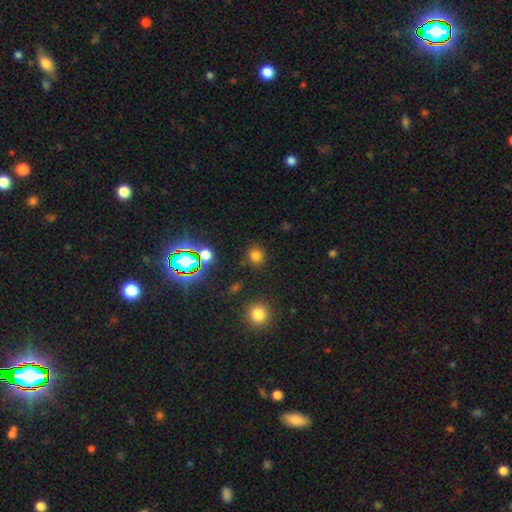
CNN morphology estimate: This appears to be a smooth galaxy with no disk features (73%) that is round (84%). Merging: none (85%).